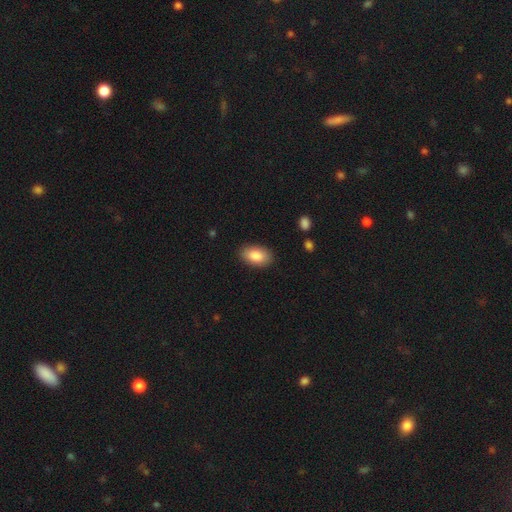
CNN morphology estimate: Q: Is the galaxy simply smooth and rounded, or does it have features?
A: smooth — 87%.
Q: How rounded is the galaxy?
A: in between — 93%.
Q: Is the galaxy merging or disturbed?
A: none — 88%.